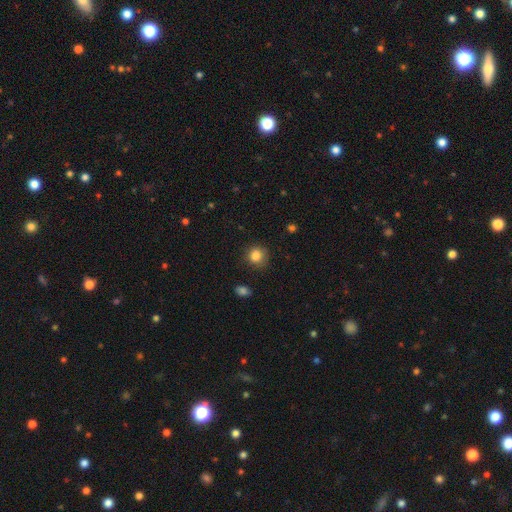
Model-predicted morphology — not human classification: A smooth galaxy with no disk features (85%) that is round (87%).

Vote fractions:
- Smooth or featured? smooth: 85% / star or artifact: 11% / featured or disk: 5%
- How rounded? round: 87% / in between: 12% / cigar-shaped: 1%
- Merging? none: 82% / minor disturbance: 13% / major disturbance: 3% / merger: 1%